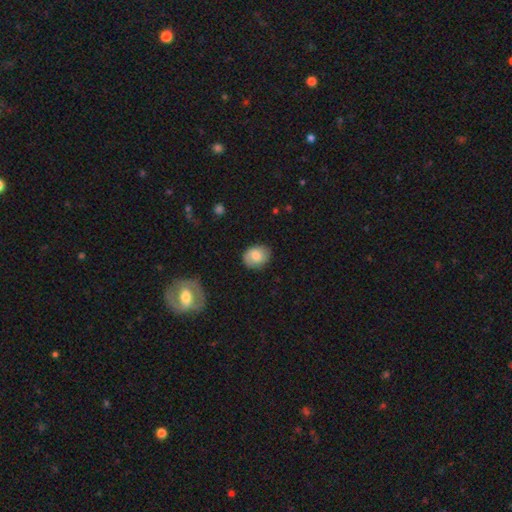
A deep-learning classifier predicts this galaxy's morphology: This is likely a smooth galaxy (75%). How rounded: possibly in between (50%). Merging: clearly none (80%).